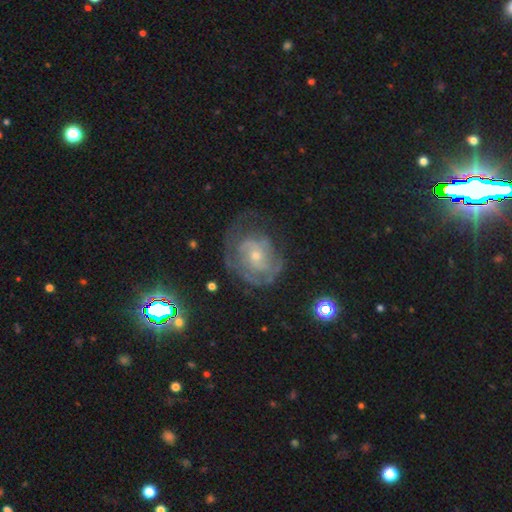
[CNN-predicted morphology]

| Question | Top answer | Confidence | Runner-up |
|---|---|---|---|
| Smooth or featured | featured or disk | 72% | smooth (17%) |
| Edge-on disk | no | 97% | yes (3%) |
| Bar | no | 71% | weak (24%) |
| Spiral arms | yes | 76% | no (24%) |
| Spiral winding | tight | 54% | medium (33%) |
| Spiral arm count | can't tell | 52% | 2 (22%) |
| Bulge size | small | 69% | moderate (26%) |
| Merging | none | 53% | major disturbance (23%) |